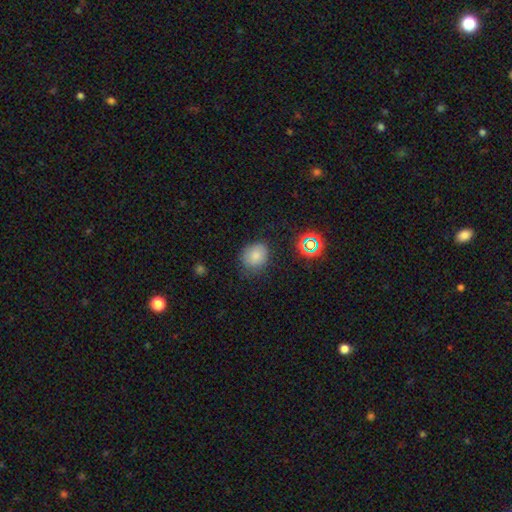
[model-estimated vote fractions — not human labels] smooth-or-featured: smooth: 79% | star or artifact: 14% | featured or disk: 8%
  how-rounded: round: 60% | in between: 39% | cigar-shaped: 1%
  merging: none: 74% | minor disturbance: 19% | major disturbance: 5% | merger: 2%